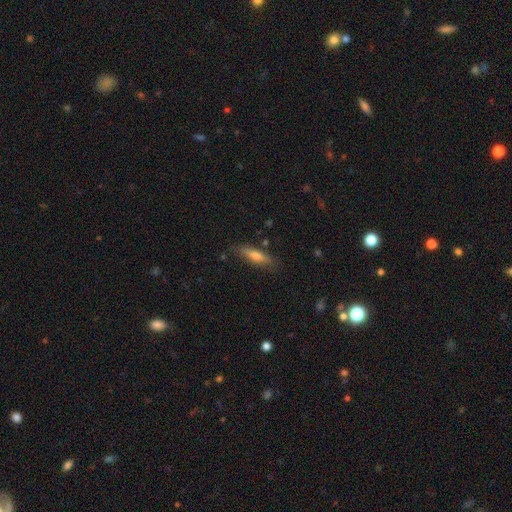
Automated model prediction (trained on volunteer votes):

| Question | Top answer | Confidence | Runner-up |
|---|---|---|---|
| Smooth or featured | smooth | 63% | featured or disk (31%) |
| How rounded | cigar-shaped | 68% | in between (30%) |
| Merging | none | 82% | minor disturbance (13%) |